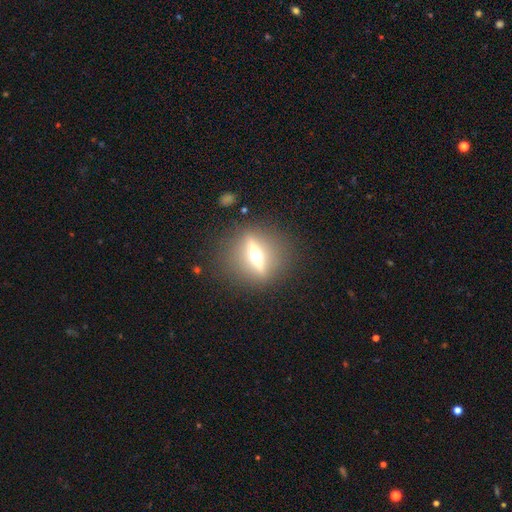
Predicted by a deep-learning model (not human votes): The model was most divided on "smooth or featured": featured or disk: 76%, smooth: 15%, star or artifact: 9%. More confident: edge-on bulge — rounded (94%); merging — none (86%); edge-on disk — yes (84%).